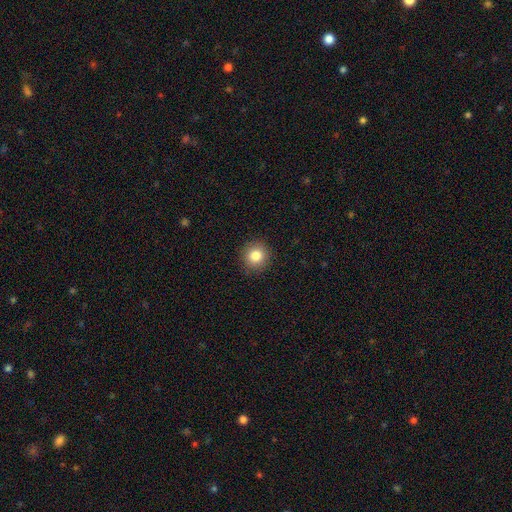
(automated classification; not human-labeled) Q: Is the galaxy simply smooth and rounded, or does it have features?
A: smooth — 83%.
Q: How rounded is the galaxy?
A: round — 92%.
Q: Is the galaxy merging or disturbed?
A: none — 91%.